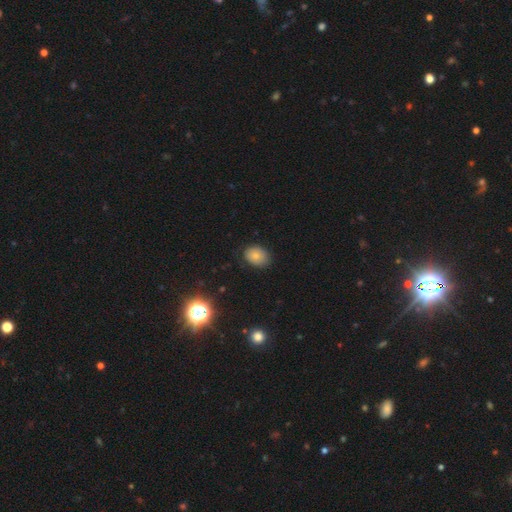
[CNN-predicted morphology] Smooth or featured? smooth (78%)
How rounded? in between (62%)
Merging? none (80%)